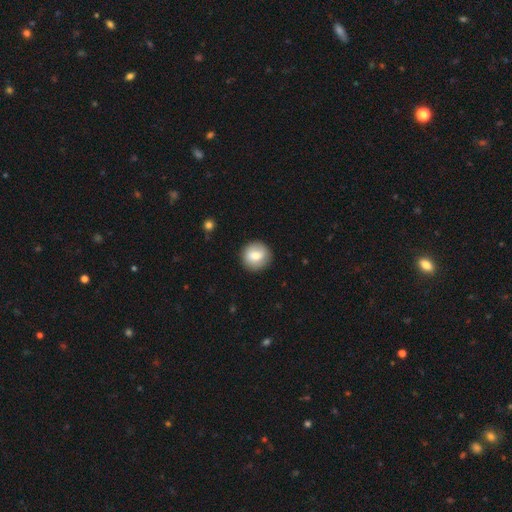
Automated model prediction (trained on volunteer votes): Smooth or featured: smooth — 74% (featured or disk — 18%)
How rounded: round — 92% (in between — 7%)
Merging: none — 89% (minor disturbance — 7%)